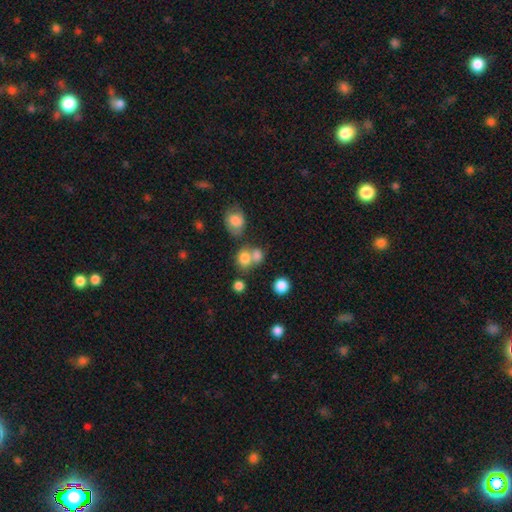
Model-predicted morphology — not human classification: Overall: smooth (77%). How rounded: round (67%; in between 32%). Merging: merger (46%; none 39%).